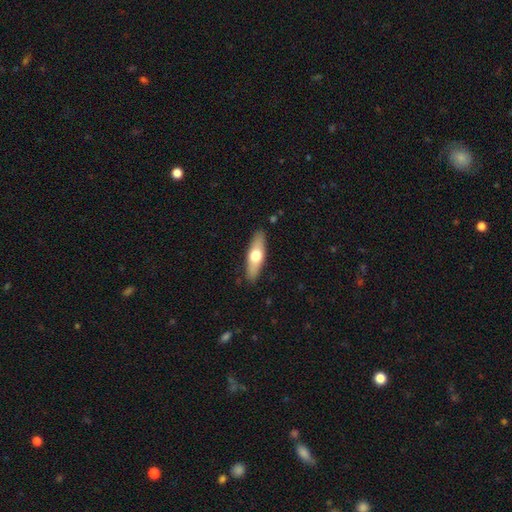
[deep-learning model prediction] The model was most divided on "how rounded": cigar-shaped: 55%, in between: 43%, round: 2%. More confident: merging — none (88%); smooth or featured — smooth (55%).